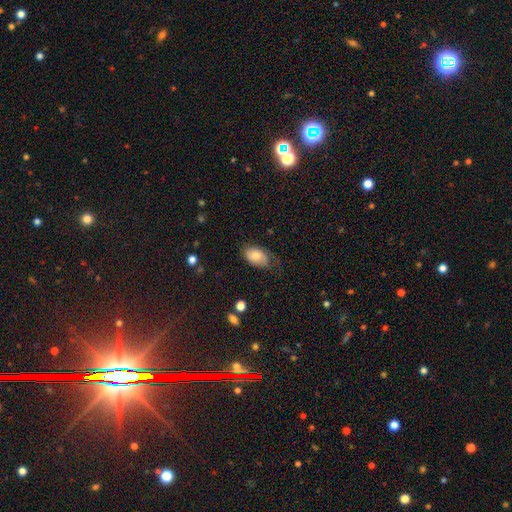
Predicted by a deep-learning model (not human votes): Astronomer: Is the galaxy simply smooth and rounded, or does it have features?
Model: smooth — 70%.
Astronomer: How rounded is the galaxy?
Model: in between — 91%.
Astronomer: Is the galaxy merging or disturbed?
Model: none — 48% (runner-up: minor disturbance, 32%).